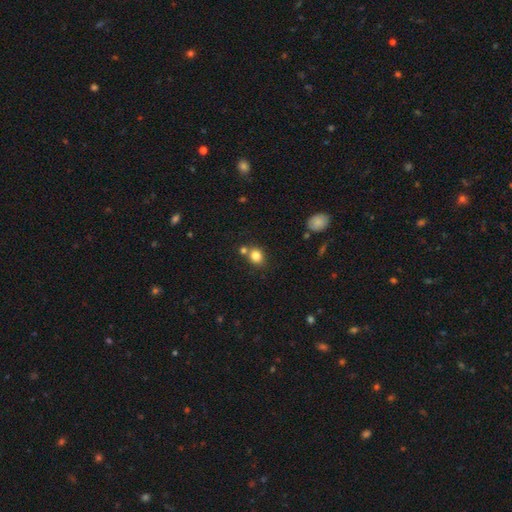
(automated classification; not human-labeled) smooth 82%, star or artifact 12%, featured or disk 7%. Down the decision tree: how rounded — round (65%); merging — none (66%).